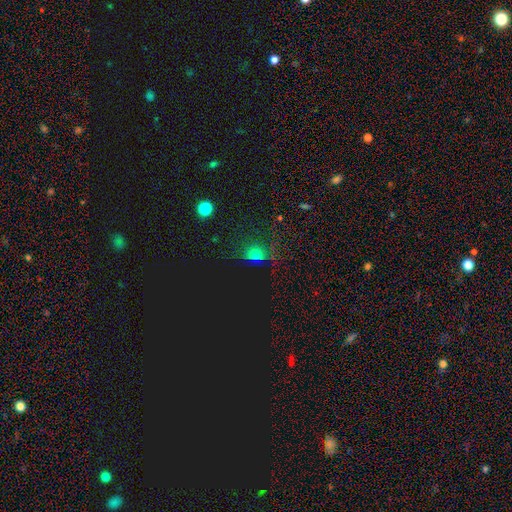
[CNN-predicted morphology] Smooth or featured: smooth — 56% (star or artifact — 36%)
How rounded: round — 67% (in between — 30%)
Merging: none — 74% (minor disturbance — 15%)